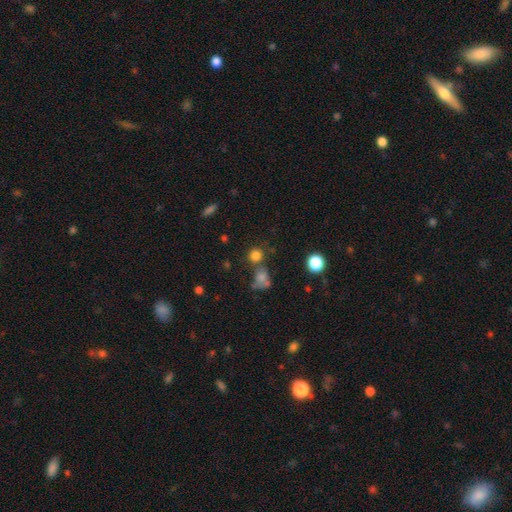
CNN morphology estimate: Smooth or featured? smooth (76%)
How rounded? round (87%)
Merging? none (62%)